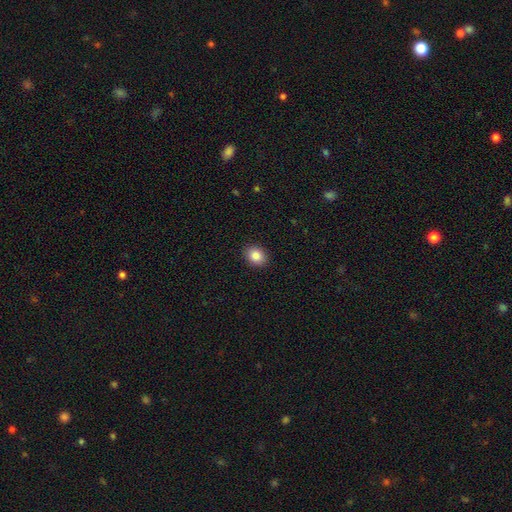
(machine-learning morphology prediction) smooth-or-featured: smooth: 85% | star or artifact: 9% | featured or disk: 6%
  how-rounded: round: 51% | in between: 48% | cigar-shaped: 1%
  merging: none: 91% | minor disturbance: 6% | major disturbance: 2% | merger: 1%